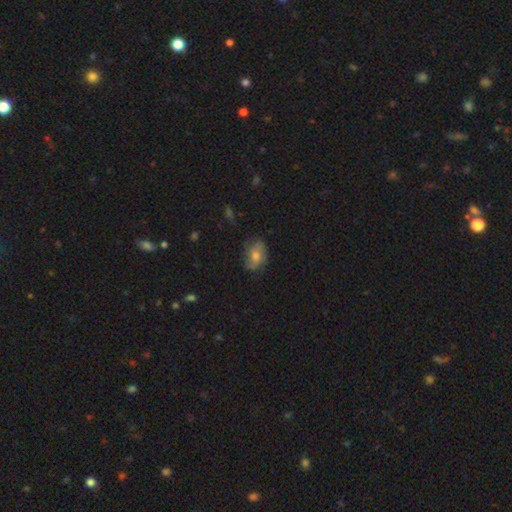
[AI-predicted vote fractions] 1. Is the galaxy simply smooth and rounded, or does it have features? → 51% smooth, 38% featured or disk, 11% star or artifact.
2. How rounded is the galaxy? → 74% in between, 24% round, 2% cigar-shaped.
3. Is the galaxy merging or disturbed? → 67% none, 25% minor disturbance, 7% major disturbance, 2% merger.